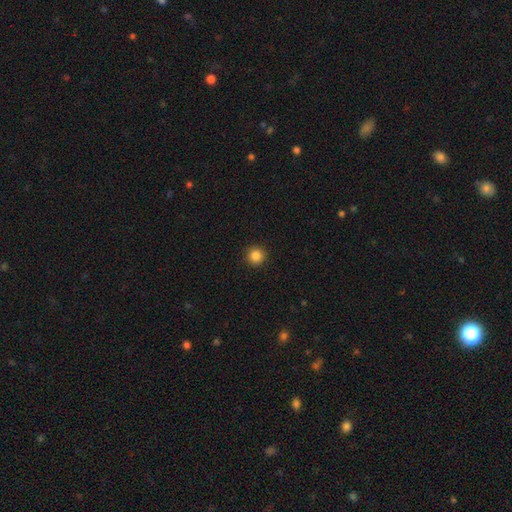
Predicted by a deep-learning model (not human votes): Morphology: type=smooth (85%); roundness=round (95%); merging=none (93%).